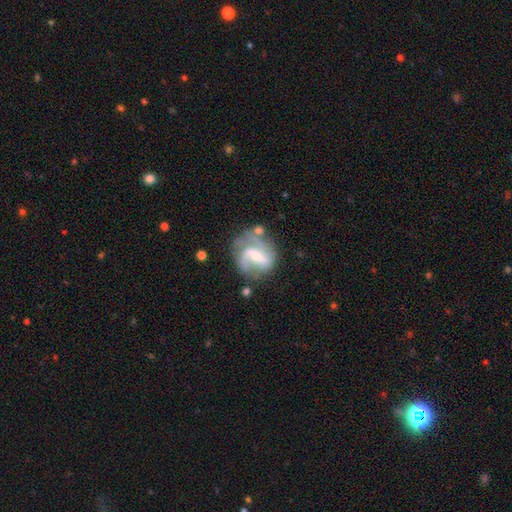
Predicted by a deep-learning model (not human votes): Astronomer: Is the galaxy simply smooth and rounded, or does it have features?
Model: featured or disk — 81%.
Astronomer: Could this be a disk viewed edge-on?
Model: no — 97%.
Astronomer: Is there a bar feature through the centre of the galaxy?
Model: weak — 43% (runner-up: strong, 34%).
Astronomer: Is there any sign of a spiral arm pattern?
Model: yes — 92%.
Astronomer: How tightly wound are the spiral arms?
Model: medium — 46% (runner-up: loose, 38%).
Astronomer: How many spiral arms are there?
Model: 2 — 70%.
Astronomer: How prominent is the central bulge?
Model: small — 62%.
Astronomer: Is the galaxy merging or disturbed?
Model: none — 56%.